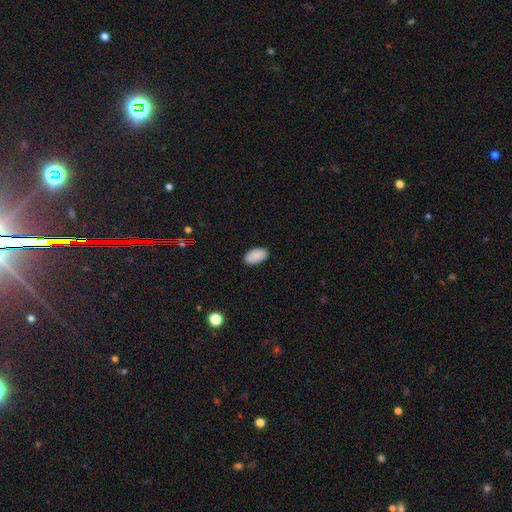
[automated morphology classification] Smooth or featured? smooth (90%)
How rounded? in between (95%)
Merging? none (88%)